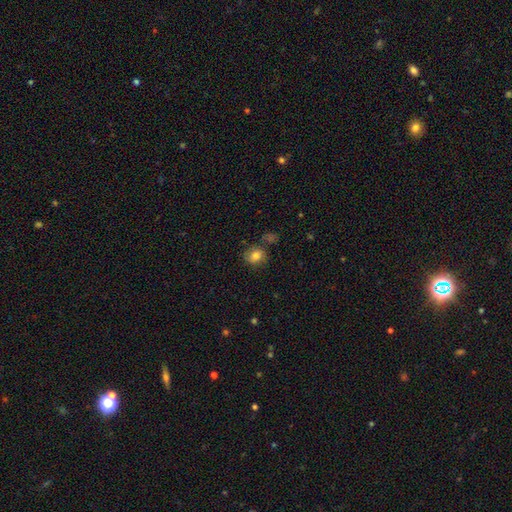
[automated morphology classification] Overall: smooth (79%). How rounded: round (66%; in between 33%). Merging: none (68%).